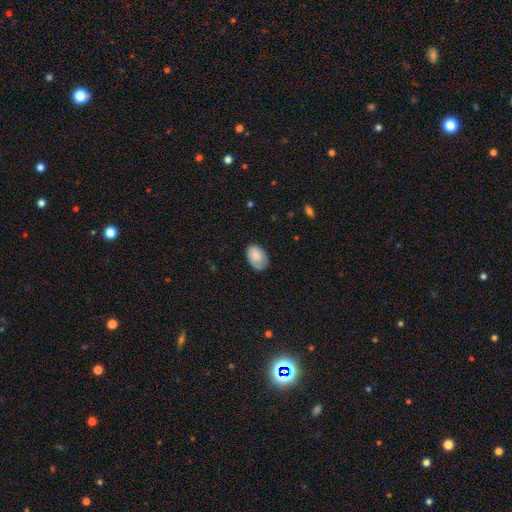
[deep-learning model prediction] smooth_or_featured: smooth (p=0.74) [alt: featured or disk p=0.19]
how_rounded: in between (p=0.84) [alt: round p=0.15]
merging: none (p=0.65) [alt: minor disturbance p=0.27]